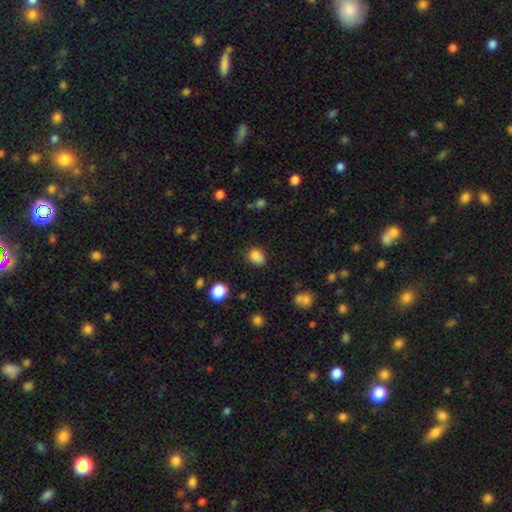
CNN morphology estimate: The model was most divided on "how rounded": in between: 63%, round: 36%, cigar-shaped: 1%. More confident: smooth or featured — smooth (83%); merging — none (70%).